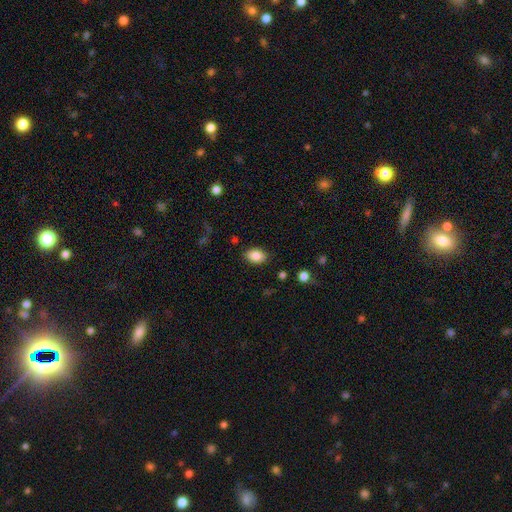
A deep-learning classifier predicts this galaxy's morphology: Smooth or featured? Predicted: smooth (p=0.87). How rounded? Predicted: in between (p=0.82). Merging? Predicted: none (p=0.85).